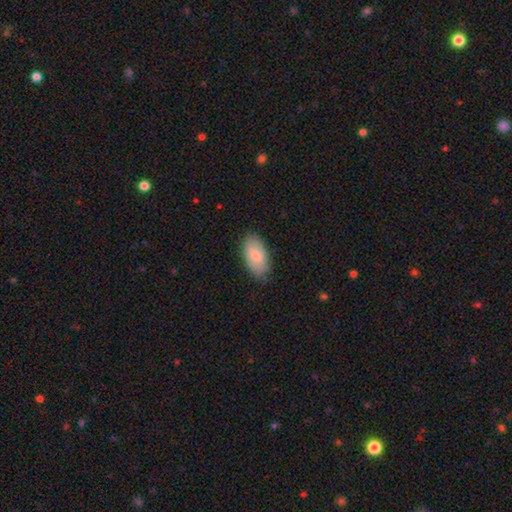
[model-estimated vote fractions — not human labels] Smooth or featured? Predicted: smooth (p=0.77). How rounded? Predicted: in between (p=0.94). Merging? Predicted: none (p=0.77).